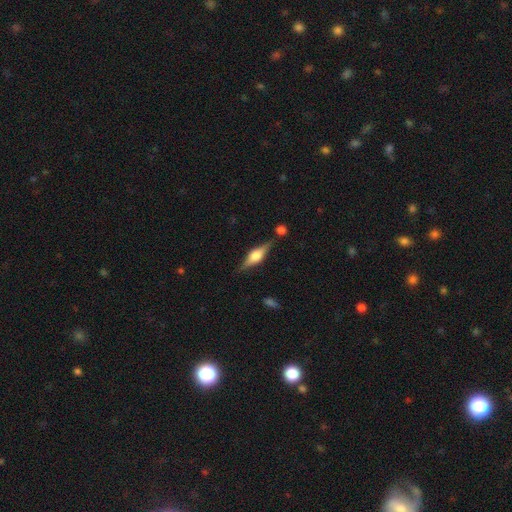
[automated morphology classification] Smooth or featured? featured or disk (69%)
Edge-on disk? yes (96%)
Edge-on bulge? rounded (86%)
Merging? none (81%)